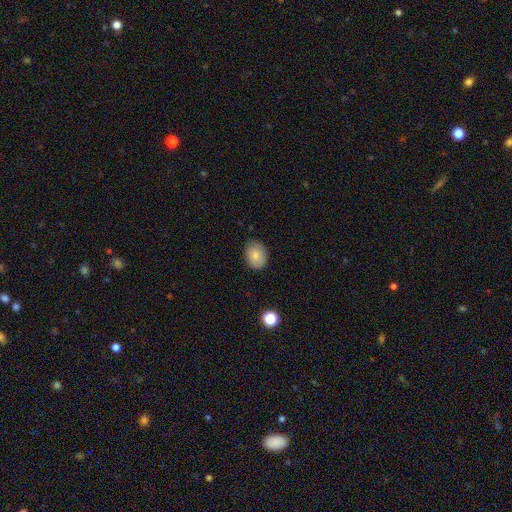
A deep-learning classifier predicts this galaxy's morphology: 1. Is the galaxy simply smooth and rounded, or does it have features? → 82% smooth, 10% featured or disk, 8% star or artifact.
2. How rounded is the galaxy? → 65% in between, 34% round, 1% cigar-shaped.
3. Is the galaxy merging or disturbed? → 83% none, 13% minor disturbance, 3% major disturbance, 1% merger.